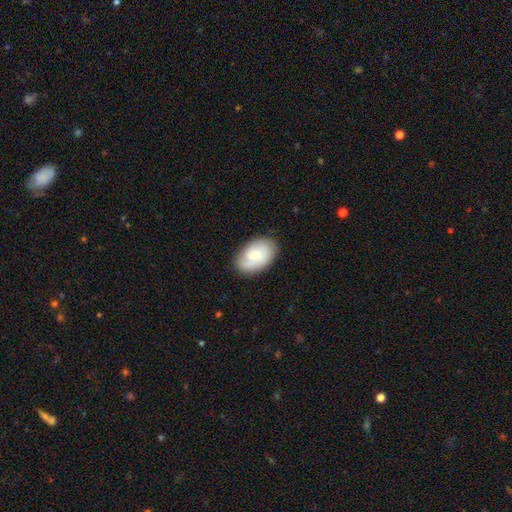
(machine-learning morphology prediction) smooth_or_featured: smooth (p=0.55) [alt: featured or disk p=0.39]
how_rounded: in between (p=0.88) [alt: round p=0.10]
merging: none (p=0.79) [alt: minor disturbance p=0.16]